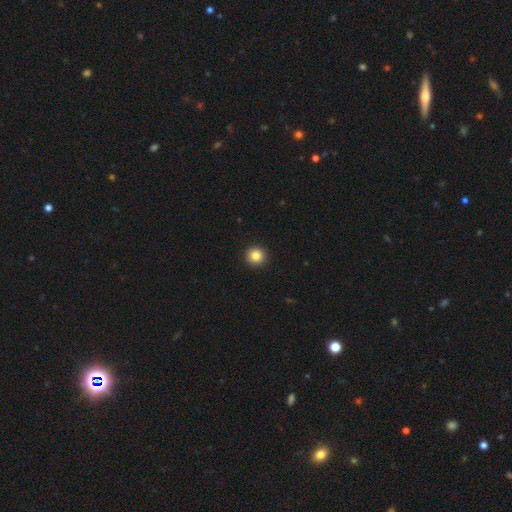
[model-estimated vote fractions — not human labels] smooth_or_featured: smooth (p=0.85) [alt: star or artifact p=0.10]
how_rounded: round (p=0.95) [alt: in between p=0.04]
merging: none (p=0.93) [alt: minor disturbance p=0.04]